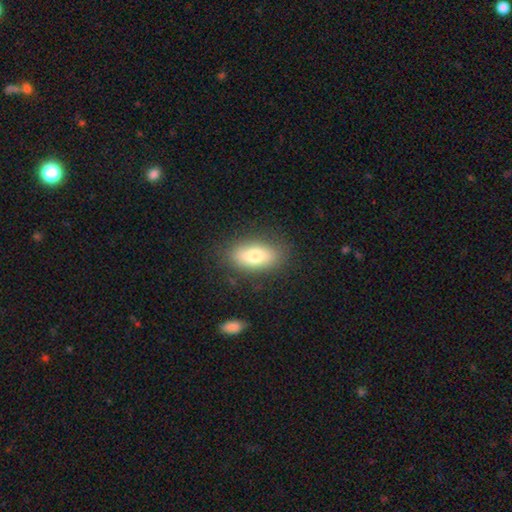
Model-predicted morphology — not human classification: A smooth galaxy with no disk features (76%) that is in between round and cigar-shaped (84%). Merging: none (83%).